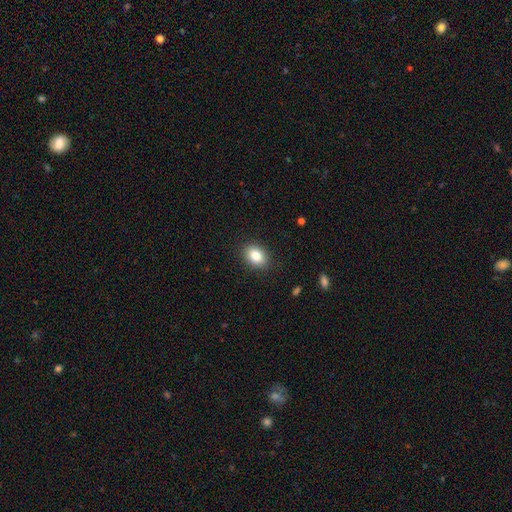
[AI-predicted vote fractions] This appears to be a smooth galaxy with no disk features (85%) that is in between round and cigar-shaped (75%). Merging: none (88%).